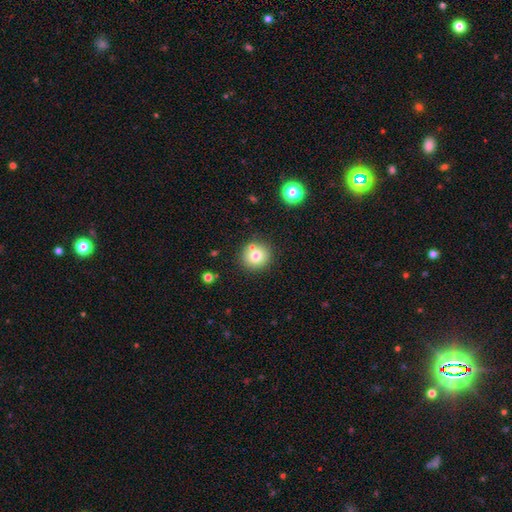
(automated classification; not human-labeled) A smooth galaxy with no disk features (76%) that is round (90%). Merging: none (76%).